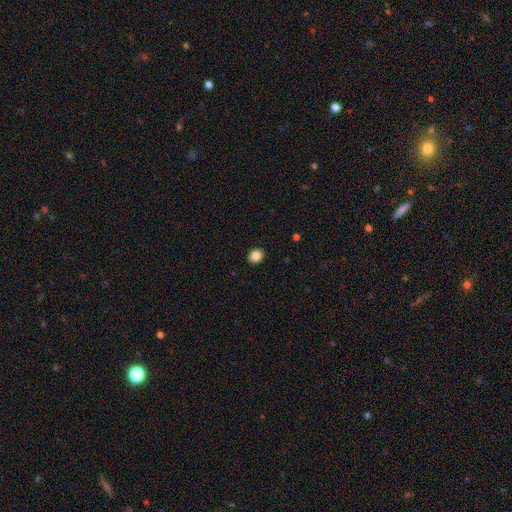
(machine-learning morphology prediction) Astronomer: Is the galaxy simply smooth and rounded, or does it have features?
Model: smooth — 85%.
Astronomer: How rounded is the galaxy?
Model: round — 60% (runner-up: in between, 39%).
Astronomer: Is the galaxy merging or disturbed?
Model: none — 91%.